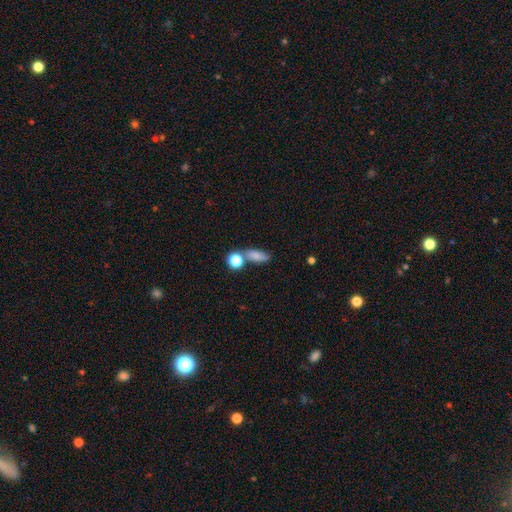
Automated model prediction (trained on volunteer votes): A smooth galaxy with no disk features (78%) that is in between round and cigar-shaped (66%).

Vote fractions:
- Smooth or featured? smooth: 78% / star or artifact: 12% / featured or disk: 10%
- How rounded? in between: 66% / cigar-shaped: 21% / round: 14%
- Merging? none: 59% / merger: 21% / minor disturbance: 14% / major disturbance: 5%